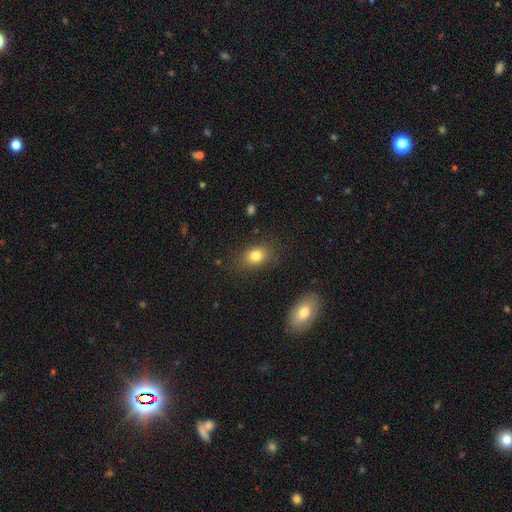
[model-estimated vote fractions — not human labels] Overall: smooth (81%). How rounded: in between (70%). Merging: none (81%).